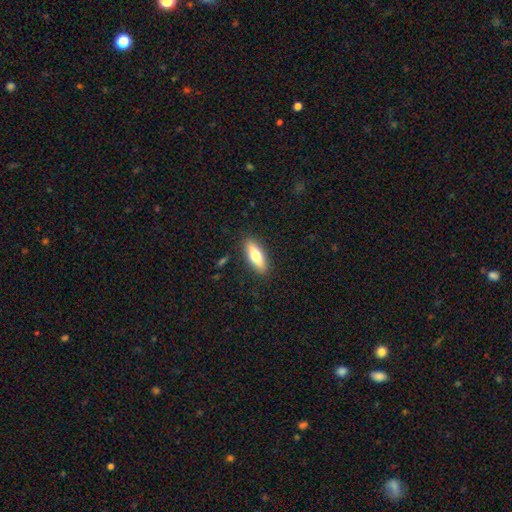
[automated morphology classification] The model was most divided on "how rounded": in between: 64%, cigar-shaped: 34%, round: 2%. More confident: merging — none (88%); smooth or featured — smooth (70%).